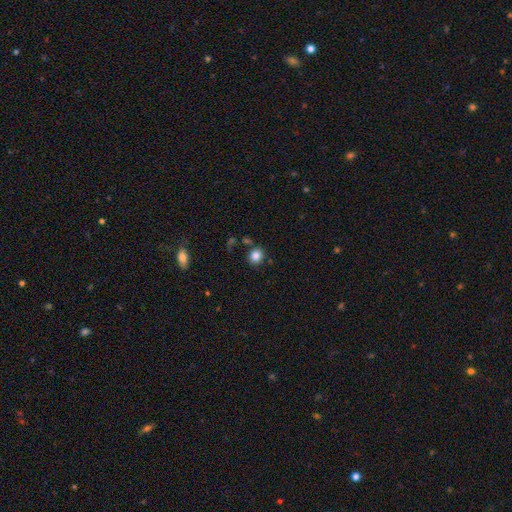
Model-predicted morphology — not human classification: Overall: smooth (84%). How rounded: round (78%). Merging: none (82%).